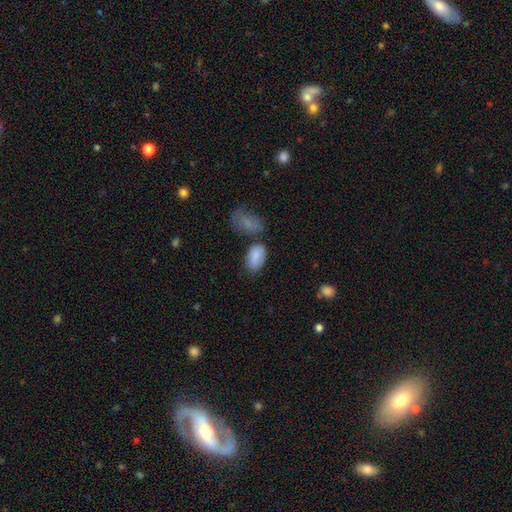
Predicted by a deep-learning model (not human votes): Overall: smooth (85%). How rounded: in between (93%). Merging: none (60%).